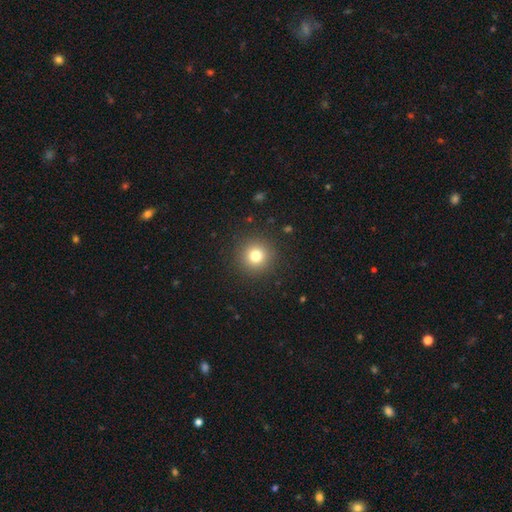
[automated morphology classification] A smooth galaxy with no disk features (78%) that is round (95%).

Vote fractions:
- Smooth or featured? smooth: 78% / star or artifact: 14% / featured or disk: 8%
- How rounded? round: 95% / in between: 4% / cigar-shaped: 1%
- Merging? none: 91% / minor disturbance: 5% / major disturbance: 2% / merger: 1%